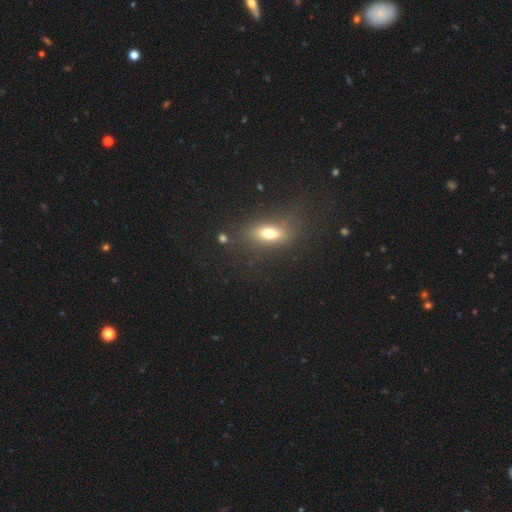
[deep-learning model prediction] This is possibly a smooth galaxy (49%). Merging: likely none (75%).